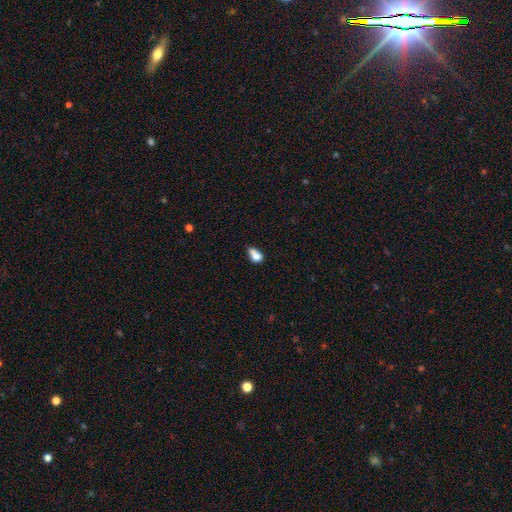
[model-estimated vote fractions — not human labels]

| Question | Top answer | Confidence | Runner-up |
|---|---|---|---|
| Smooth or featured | smooth | 75% | featured or disk (14%) |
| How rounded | in between | 73% | round (23%) |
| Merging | merger | 34% | none (30%) |